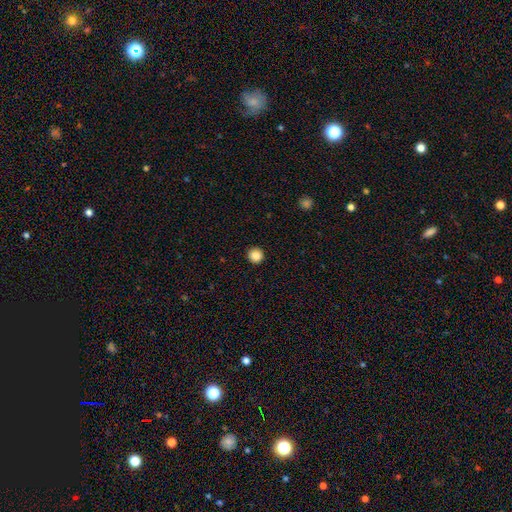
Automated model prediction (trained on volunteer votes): smooth-or-featured: smooth: 87% | star or artifact: 10% | featured or disk: 3%
  how-rounded: round: 96% | in between: 3% | cigar-shaped: 1%
  merging: none: 93% | minor disturbance: 4% | major disturbance: 2% | merger: 1%